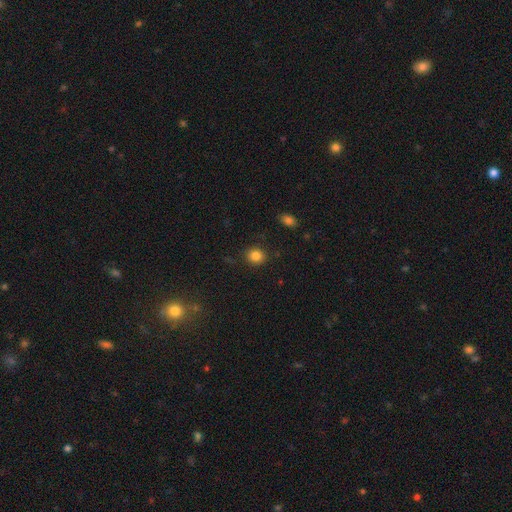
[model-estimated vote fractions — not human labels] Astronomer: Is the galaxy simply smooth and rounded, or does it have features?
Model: smooth — 84%.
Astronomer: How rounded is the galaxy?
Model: round — 71%.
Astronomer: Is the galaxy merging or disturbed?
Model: none — 86%.